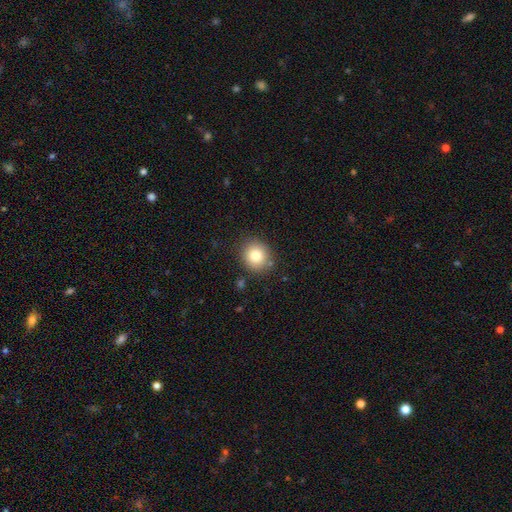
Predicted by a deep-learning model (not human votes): The model was most divided on "how rounded": round: 84%, in between: 15%, cigar-shaped: 1%. More confident: merging — none (85%); smooth or featured — smooth (81%).